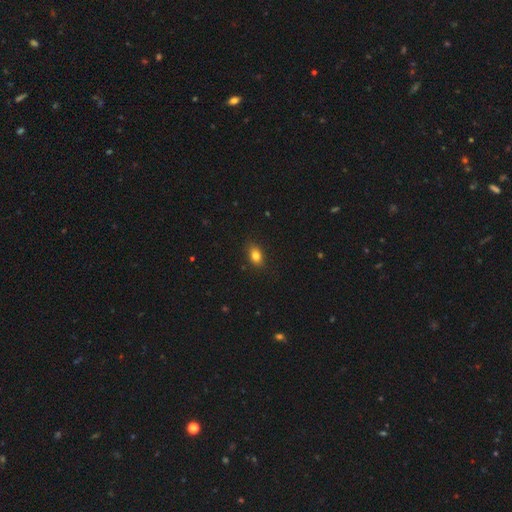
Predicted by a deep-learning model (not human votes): smooth 83%, star or artifact 10%, featured or disk 7%. Down the decision tree: how rounded — in between (79%); merging — none (86%).